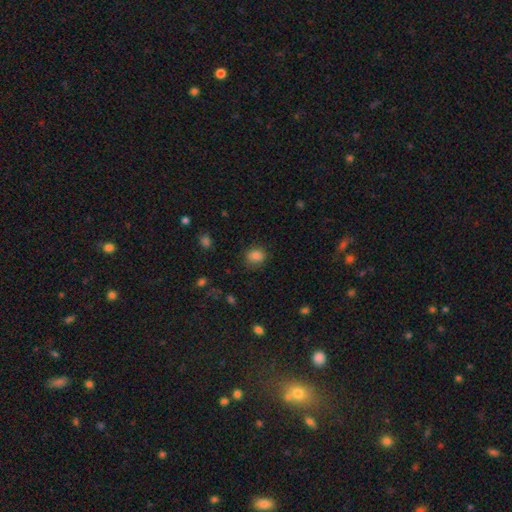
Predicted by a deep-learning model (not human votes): Smooth or featured? smooth (84%)
How rounded? round (76%)
Merging? none (82%)